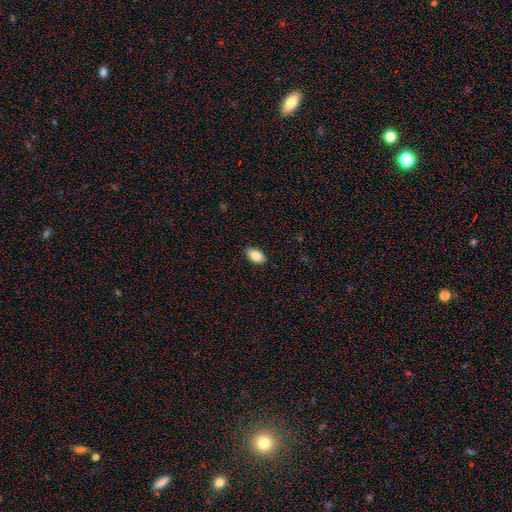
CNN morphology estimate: A smooth galaxy with no disk features (85%) that is in between round and cigar-shaped (93%).

Vote fractions:
- Smooth or featured? smooth: 85% / featured or disk: 8% / star or artifact: 7%
- How rounded? in between: 93% / round: 5% / cigar-shaped: 2%
- Merging? none: 88% / minor disturbance: 10% / major disturbance: 2% / merger: 1%